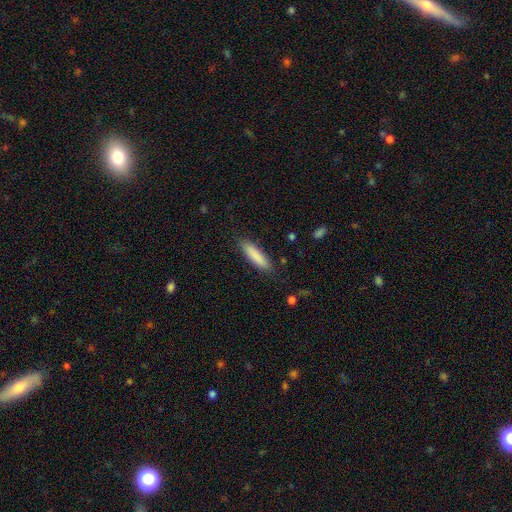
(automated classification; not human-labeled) Q: Smooth or featured?
A: smooth (87%); runner-up: featured or disk (7%)
Q: How rounded?
A: cigar-shaped (72%); runner-up: in between (27%)
Q: Merging?
A: none (86%); runner-up: minor disturbance (10%)